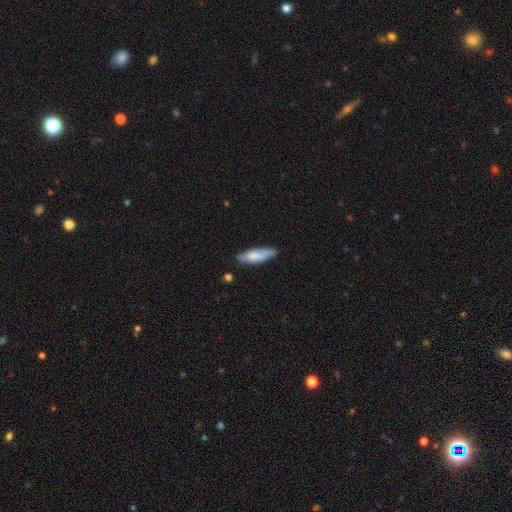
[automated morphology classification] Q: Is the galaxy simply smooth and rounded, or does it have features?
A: smooth — 68%.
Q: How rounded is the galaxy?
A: in between — 50%.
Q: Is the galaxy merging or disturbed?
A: none — 68%.